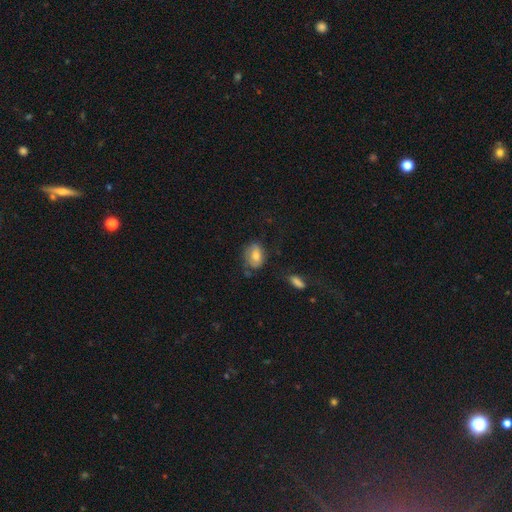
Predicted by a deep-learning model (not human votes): smooth 64%, featured or disk 28%, star or artifact 8%. Down the decision tree: how rounded — in between (75%); merging — none (55%).